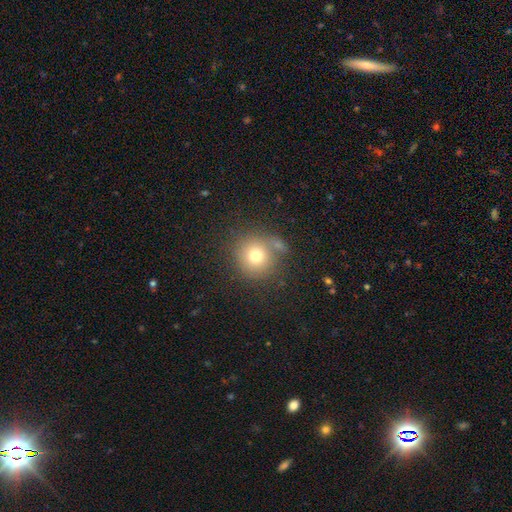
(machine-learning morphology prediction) smooth 74%, star or artifact 13%, featured or disk 13%. Down the decision tree: how rounded — round (91%); merging — none (69%).